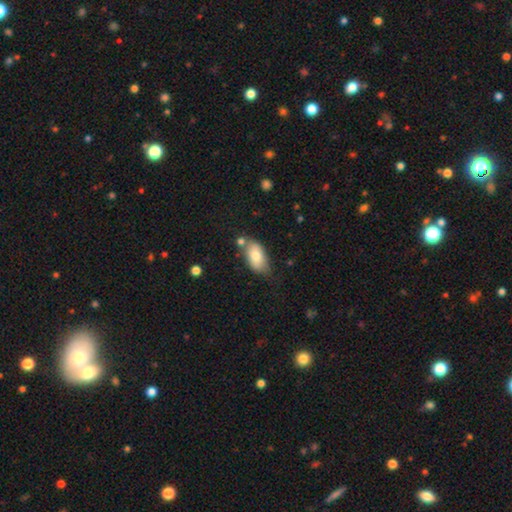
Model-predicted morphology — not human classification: smooth-or-featured: smooth: 77% | featured or disk: 16% | star or artifact: 7%
  how-rounded: in between: 92% | round: 4% | cigar-shaped: 3%
  merging: none: 58% | minor disturbance: 23% | merger: 12% | major disturbance: 6%